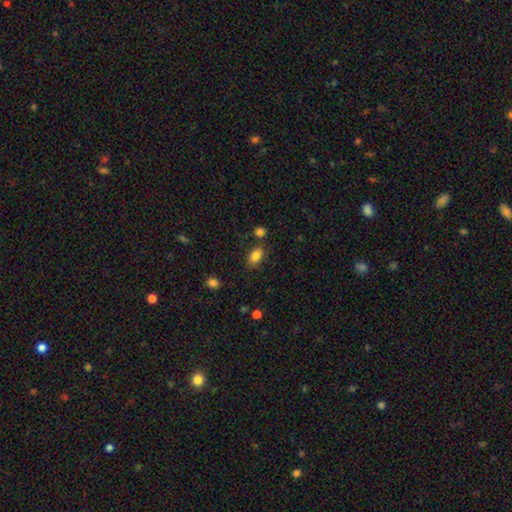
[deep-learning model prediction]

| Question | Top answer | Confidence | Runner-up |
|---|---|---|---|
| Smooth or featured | smooth | 84% | star or artifact (9%) |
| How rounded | in between | 85% | round (13%) |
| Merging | none | 74% | minor disturbance (15%) |